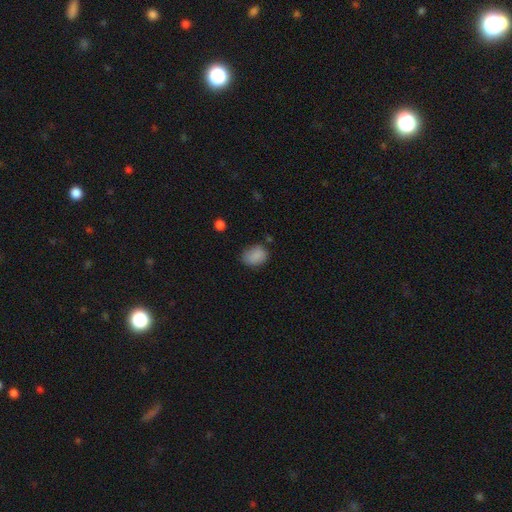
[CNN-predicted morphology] Smooth or featured?
  - smooth: 85% *
  - star or artifact: 10%
  - featured or disk: 5%
How rounded?
  - in between: 67% *
  - round: 32%
  - cigar-shaped: 1%
Merging?
  - none: 71% *
  - minor disturbance: 22%
  - major disturbance: 5%
  - merger: 2%